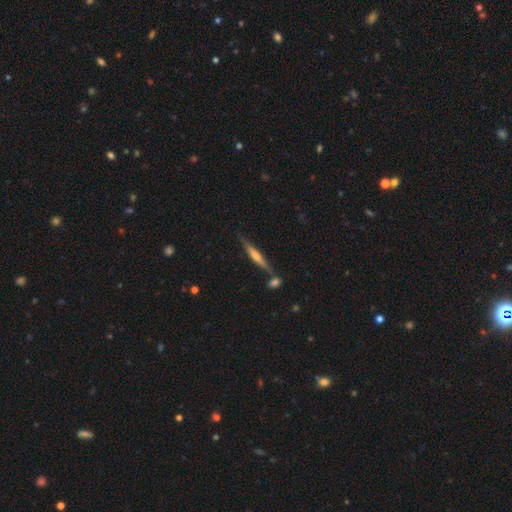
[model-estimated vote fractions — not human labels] smooth-or-featured: featured or disk: 63% | smooth: 31% | star or artifact: 7%
  disk-edge-on: yes: 97% | no: 3%
    edge-on-bulge: rounded: 65% | none: 20% | boxy: 15%
  merging: none: 79% | minor disturbance: 11% | merger: 8% | major disturbance: 3%